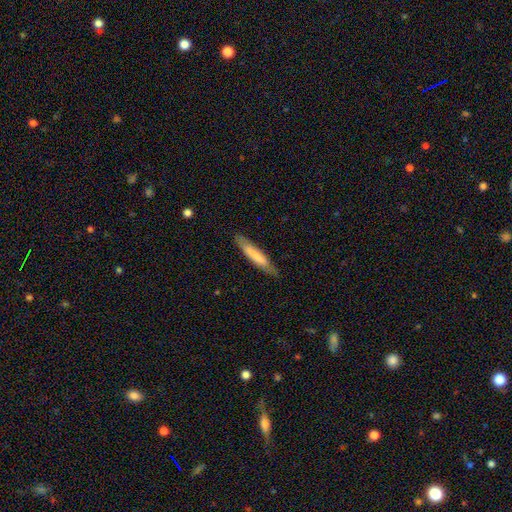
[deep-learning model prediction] This is likely a smooth galaxy (67%). How rounded: clearly cigar-shaped (87%). Merging: clearly none (81%).